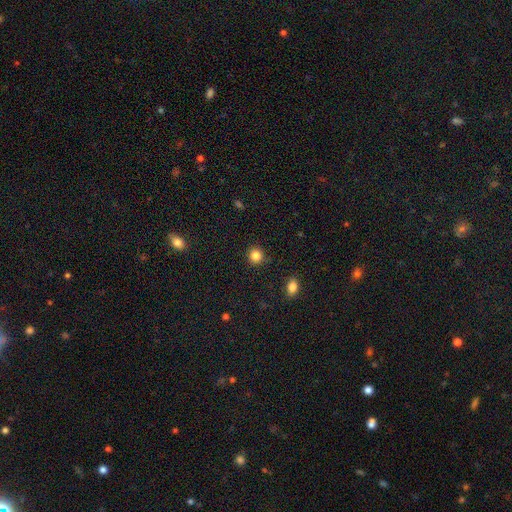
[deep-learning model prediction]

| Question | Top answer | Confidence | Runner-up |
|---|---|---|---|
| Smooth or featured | smooth | 84% | star or artifact (12%) |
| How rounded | round | 92% | in between (7%) |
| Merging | none | 90% | minor disturbance (6%) |